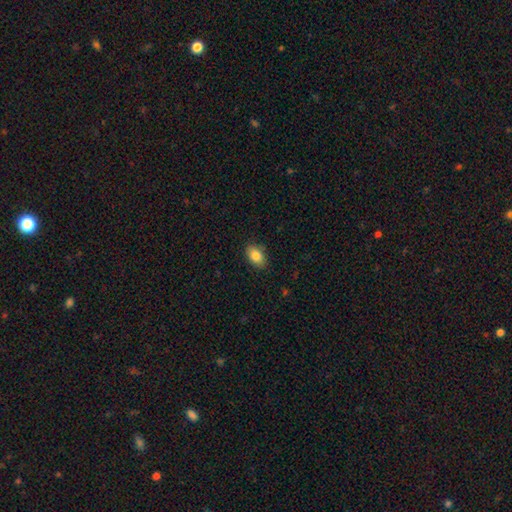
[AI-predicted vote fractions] The model was most divided on "merging": none: 86%, minor disturbance: 11%, major disturbance: 2%, merger: 1%. More confident: how rounded — in between (88%); smooth or featured — smooth (85%).